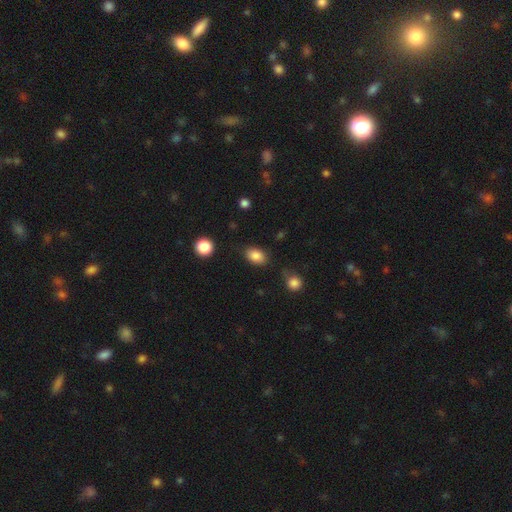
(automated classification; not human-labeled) This appears to be a smooth galaxy with no disk features (85%) that is in between round and cigar-shaped (82%). Merging: none (78%).